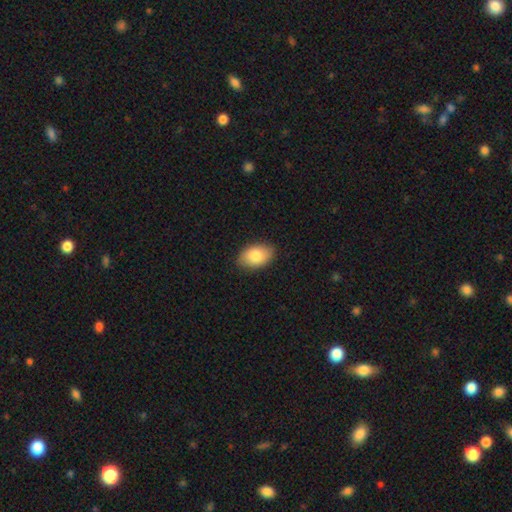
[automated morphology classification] smooth 83%, featured or disk 10%, star or artifact 7%. Down the decision tree: how rounded — in between (90%); merging — none (87%).